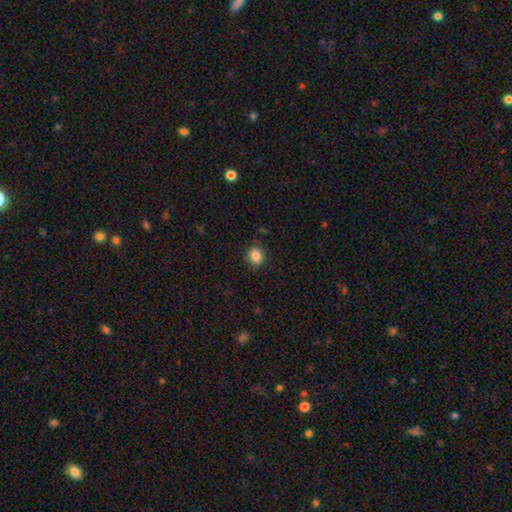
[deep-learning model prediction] Smooth or featured? Predicted: smooth (p=0.85). How rounded? Predicted: round (p=0.81). Merging? Predicted: none (p=0.86).